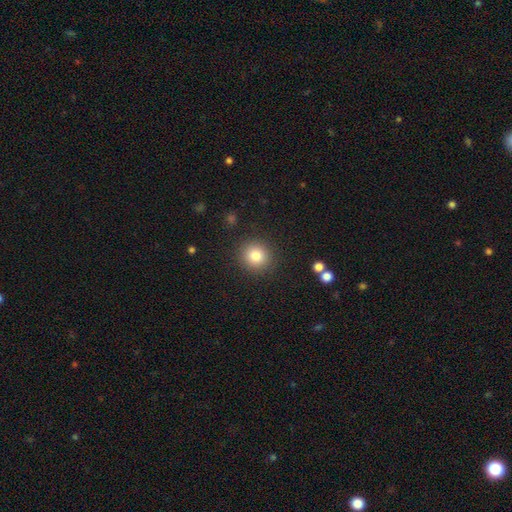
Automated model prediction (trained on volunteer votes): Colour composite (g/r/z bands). It shows a smooth galaxy with no disk features (82%) that is round (91%). Merging: none (89%).